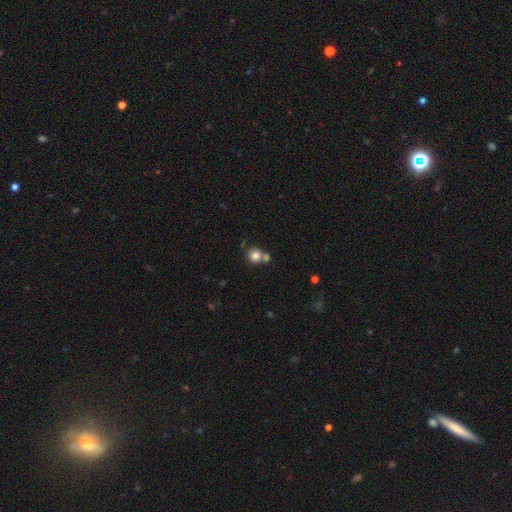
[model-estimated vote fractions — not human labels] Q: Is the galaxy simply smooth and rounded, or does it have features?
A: smooth — 81%.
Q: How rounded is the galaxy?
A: round — 90%.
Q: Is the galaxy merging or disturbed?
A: none — 58%.